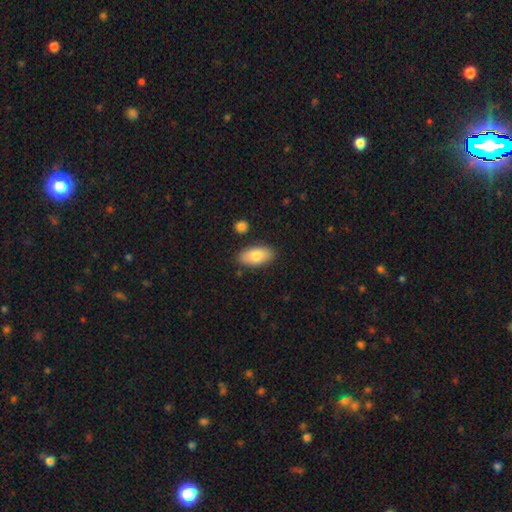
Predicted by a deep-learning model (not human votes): Smooth or featured: smooth — 79% (featured or disk — 15%)
How rounded: in between — 91% (cigar-shaped — 6%)
Merging: none — 85% (minor disturbance — 10%)